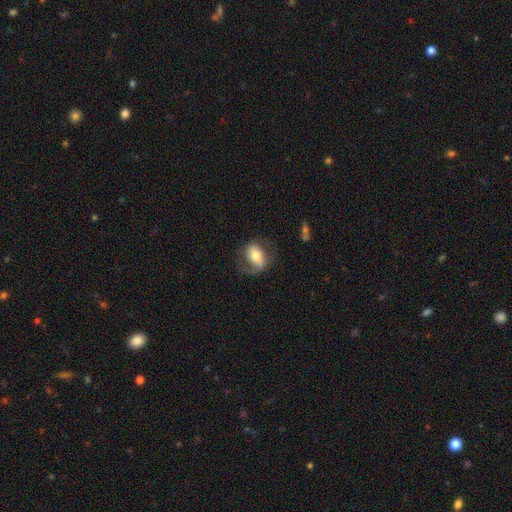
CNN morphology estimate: Smooth or featured?
  - featured or disk: 49% *
  - smooth: 44%
  - star or artifact: 7%
Merging?
  - none: 50% *
  - major disturbance: 24%
  - minor disturbance: 23%
  - merger: 2%